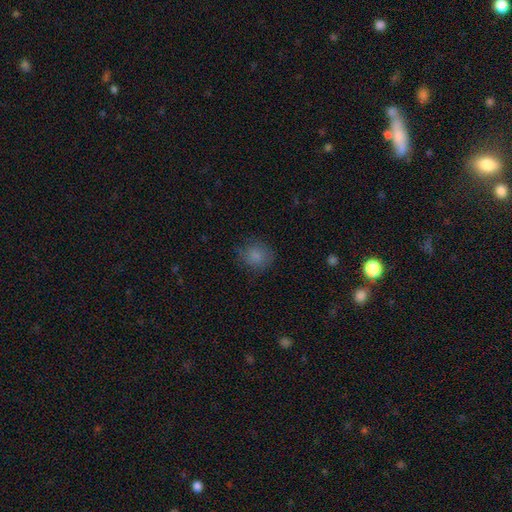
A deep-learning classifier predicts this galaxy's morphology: A smooth galaxy with no disk features (82%) that is round (79%). Merging: none (75%).